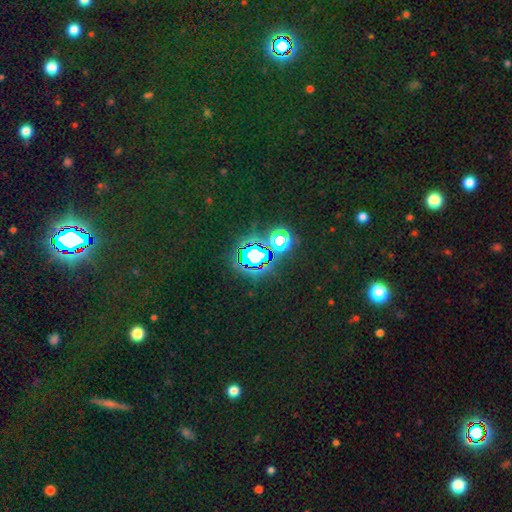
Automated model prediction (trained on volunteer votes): Morphology: type=star or artifact (75%).